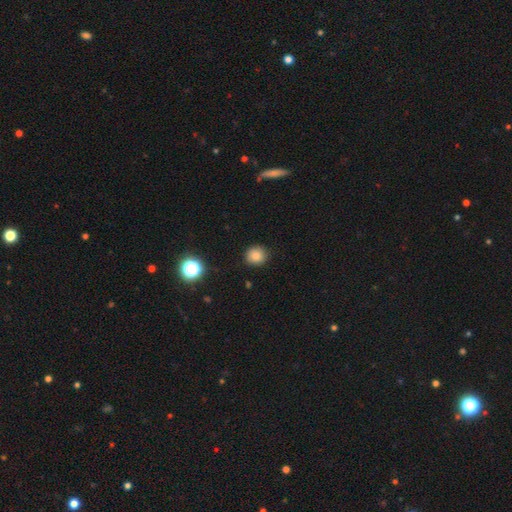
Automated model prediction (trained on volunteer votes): This appears to be a smooth galaxy with no disk features (82%) that is round (87%). Merging: none (87%).